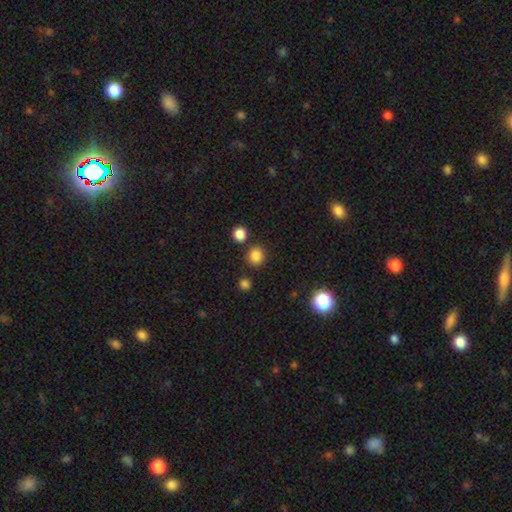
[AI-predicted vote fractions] smooth-or-featured: smooth: 84% | star or artifact: 13% | featured or disk: 4%
  how-rounded: round: 86% | in between: 13% | cigar-shaped: 1%
  merging: none: 84% | minor disturbance: 7% | merger: 6% | major disturbance: 3%